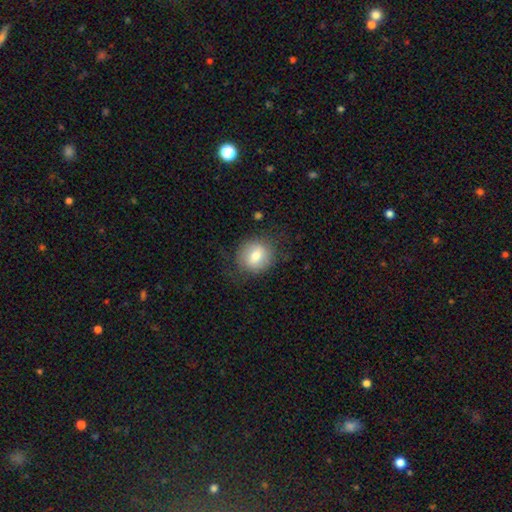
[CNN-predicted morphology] A smooth galaxy with no disk features (74%) that is round (81%). Merging: none (77%).